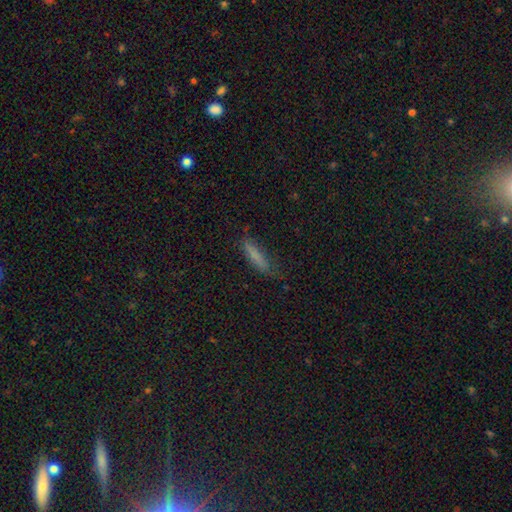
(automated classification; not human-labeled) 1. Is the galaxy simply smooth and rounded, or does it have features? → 77% smooth, 15% featured or disk, 9% star or artifact.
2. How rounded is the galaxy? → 85% cigar-shaped, 13% in between, 2% round.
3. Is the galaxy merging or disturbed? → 72% none, 21% minor disturbance, 5% major disturbance, 2% merger.